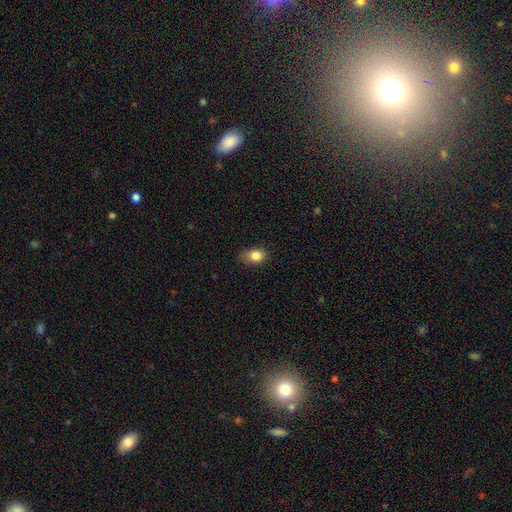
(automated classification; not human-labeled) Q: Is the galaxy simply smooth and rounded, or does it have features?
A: smooth — 83%.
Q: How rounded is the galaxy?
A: in between — 72%.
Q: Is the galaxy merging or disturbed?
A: none — 70%.